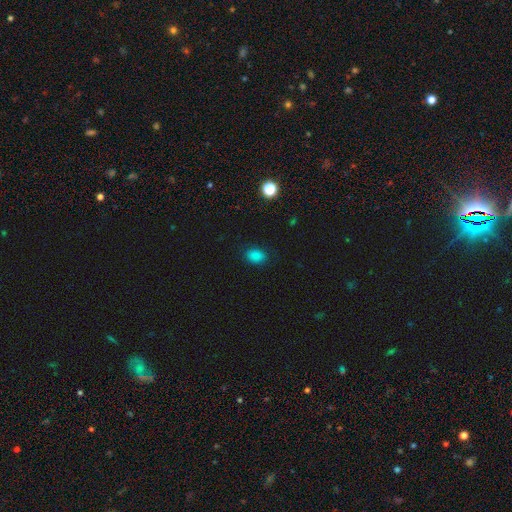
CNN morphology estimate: Smooth or featured?
  - smooth: 83% *
  - star or artifact: 14%
  - featured or disk: 3%
How rounded?
  - in between: 74% *
  - round: 25%
  - cigar-shaped: 1%
Merging?
  - none: 85% *
  - minor disturbance: 11%
  - major disturbance: 3%
  - merger: 1%